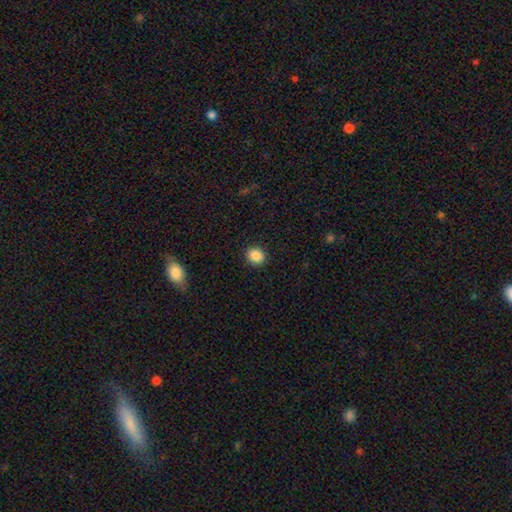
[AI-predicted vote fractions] Smooth or featured: smooth — 86% (star or artifact — 10%)
How rounded: round — 73% (in between — 26%)
Merging: none — 91% (minor disturbance — 6%)